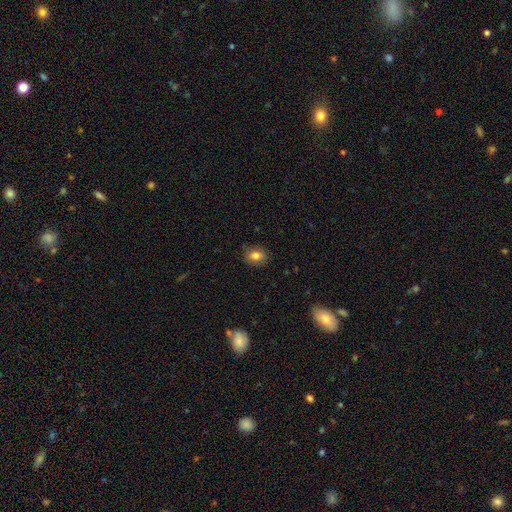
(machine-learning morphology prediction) Smooth or featured? smooth (81%)
How rounded? in between (52%)
Merging? none (85%)